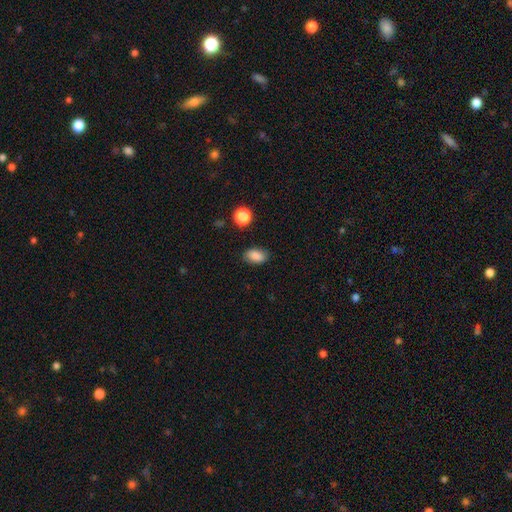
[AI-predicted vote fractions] Smooth or featured? Predicted: smooth (p=0.87). How rounded? Predicted: in between (p=0.89). Merging? Predicted: none (p=0.84).